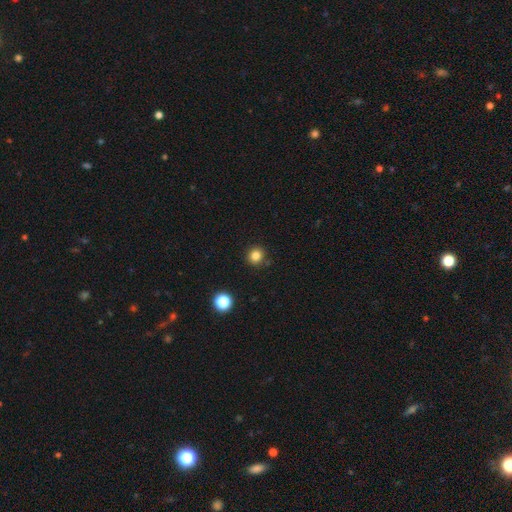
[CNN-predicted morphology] This appears to be a smooth galaxy with no disk features (82%) that is round (91%). Merging: none (89%).